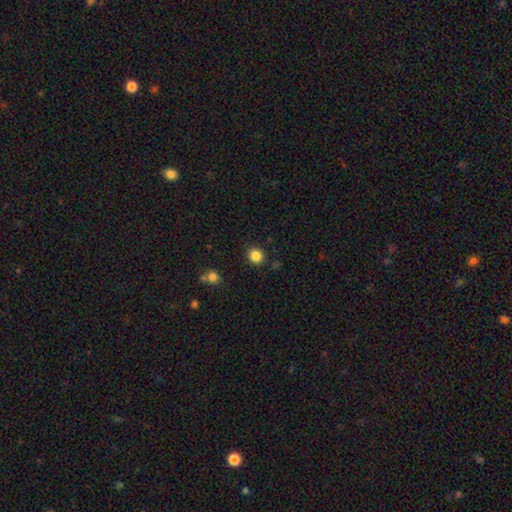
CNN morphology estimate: type=smooth (85%); roundness=round (87%); merging=none (89%).